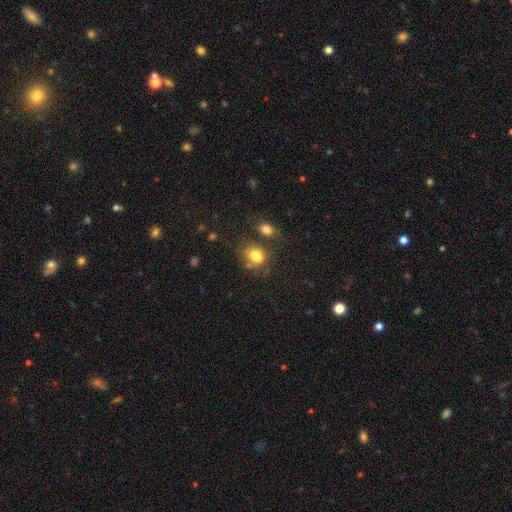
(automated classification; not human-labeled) Morphology: type=smooth (79%); roundness=in between (68%); merging=none (52%).